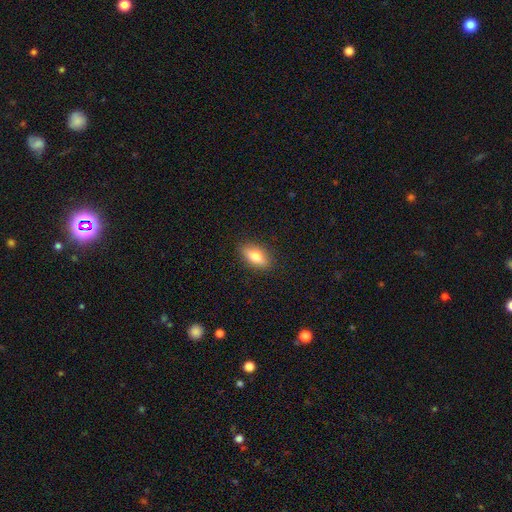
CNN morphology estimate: This is likely a smooth galaxy (72%). How rounded: clearly in between (80%). Merging: clearly none (87%).